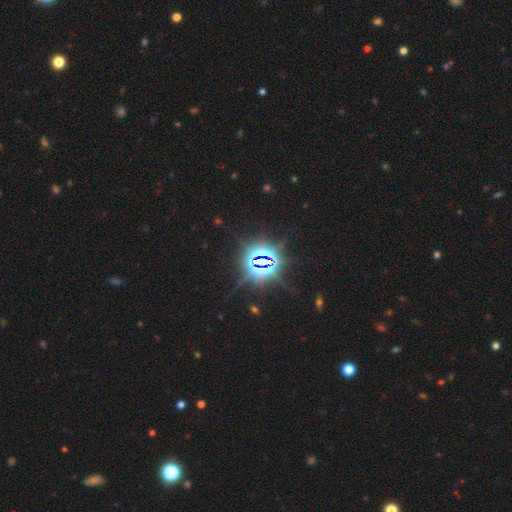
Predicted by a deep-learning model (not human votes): Q: Smooth or featured?
A: star or artifact (85%); runner-up: smooth (7%)